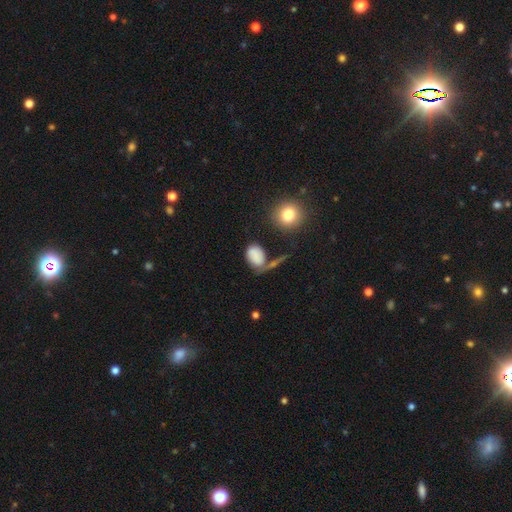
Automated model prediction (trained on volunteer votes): smooth 77%, featured or disk 13%, star or artifact 10%. Down the decision tree: how rounded — in between (74%); merging — none (43%).